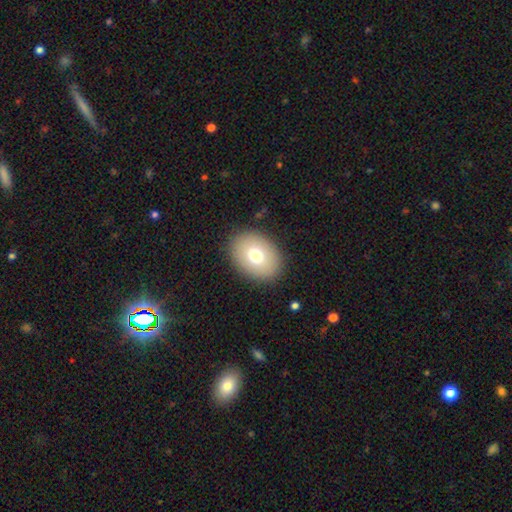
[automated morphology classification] Smooth or featured? Predicted: smooth (p=0.73). How rounded? Predicted: in between (p=0.71). Merging? Predicted: none (p=0.88).